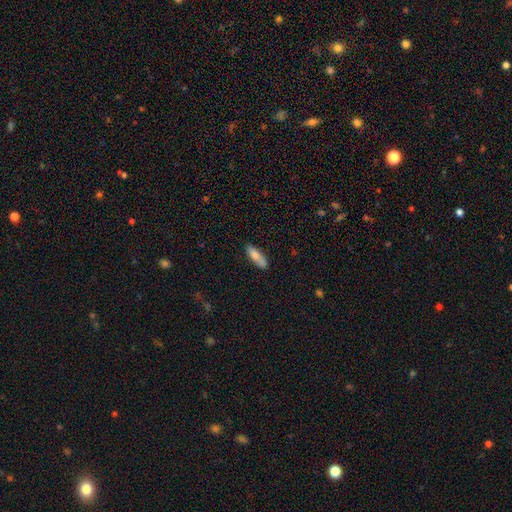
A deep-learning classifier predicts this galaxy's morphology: Q: Smooth or featured?
A: smooth (82%); runner-up: featured or disk (12%)
Q: How rounded?
A: in between (50%); runner-up: cigar-shaped (48%)
Q: Merging?
A: none (77%); runner-up: minor disturbance (17%)